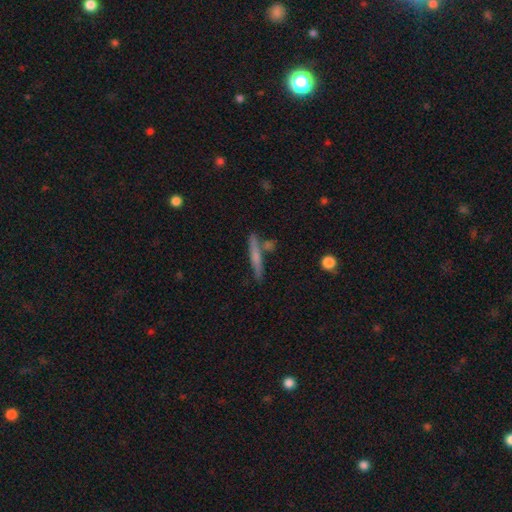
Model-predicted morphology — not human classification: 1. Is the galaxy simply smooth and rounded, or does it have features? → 52% smooth, 41% featured or disk, 7% star or artifact.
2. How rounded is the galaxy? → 93% cigar-shaped, 5% in between, 2% round.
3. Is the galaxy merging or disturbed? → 77% none, 11% minor disturbance, 9% merger, 3% major disturbance.